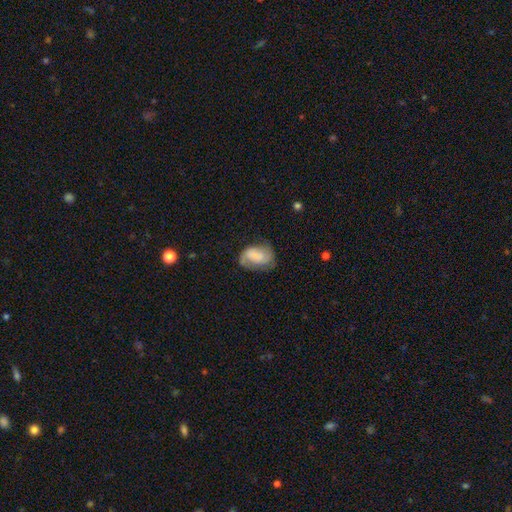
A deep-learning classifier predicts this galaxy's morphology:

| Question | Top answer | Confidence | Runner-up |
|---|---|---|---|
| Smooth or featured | smooth | 49% | featured or disk (43%) |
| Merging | none | 48% | minor disturbance (30%) |